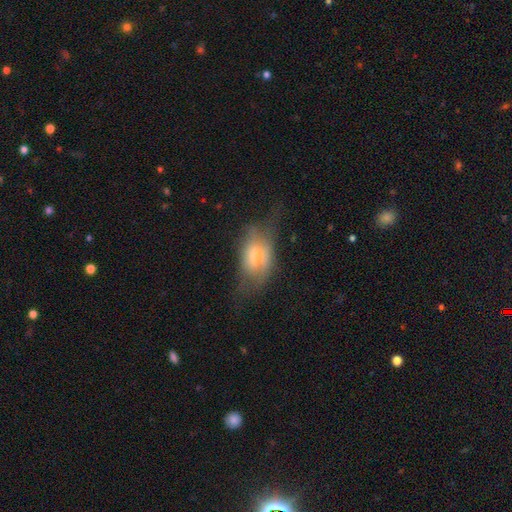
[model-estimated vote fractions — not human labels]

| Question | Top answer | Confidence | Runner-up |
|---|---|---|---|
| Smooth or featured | smooth | 53% | featured or disk (38%) |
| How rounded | in between | 84% | round (12%) |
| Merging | none | 36% | minor disturbance (32%) |